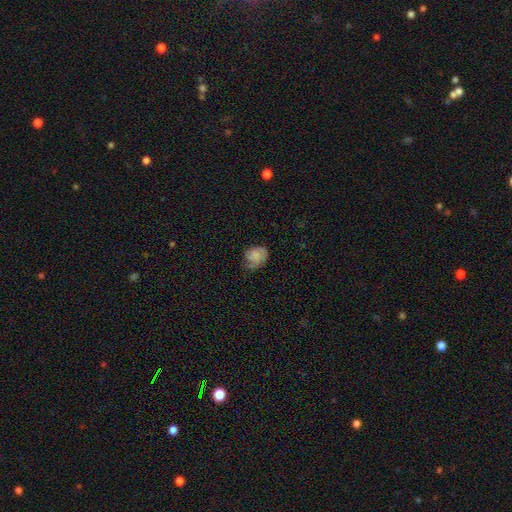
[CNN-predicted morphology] The model was most divided on "how rounded": in between: 54%, round: 45%, cigar-shaped: 1%. Remaining: smooth or featured — smooth (68%); merging — none (47%).